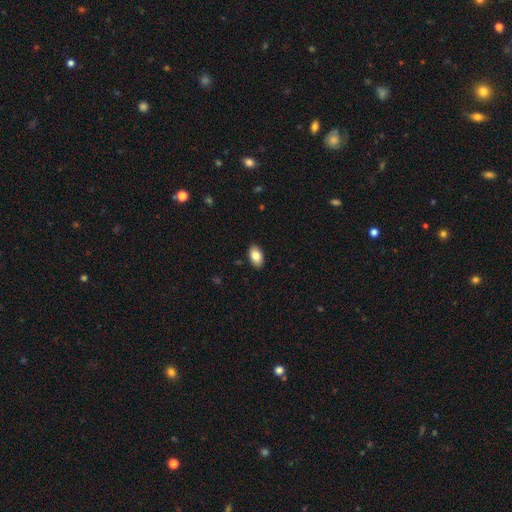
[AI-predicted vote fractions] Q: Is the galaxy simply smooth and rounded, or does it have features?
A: smooth — 85%.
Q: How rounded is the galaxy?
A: in between — 92%.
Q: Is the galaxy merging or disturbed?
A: none — 89%.